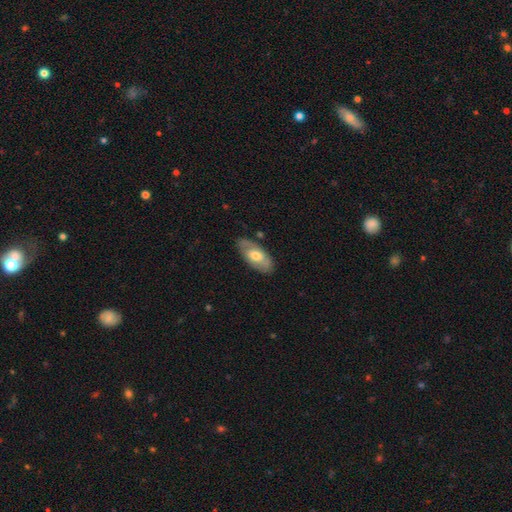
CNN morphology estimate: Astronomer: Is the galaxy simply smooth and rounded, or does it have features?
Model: featured or disk — 48% (runner-up: smooth, 46%).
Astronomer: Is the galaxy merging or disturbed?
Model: none — 79%.